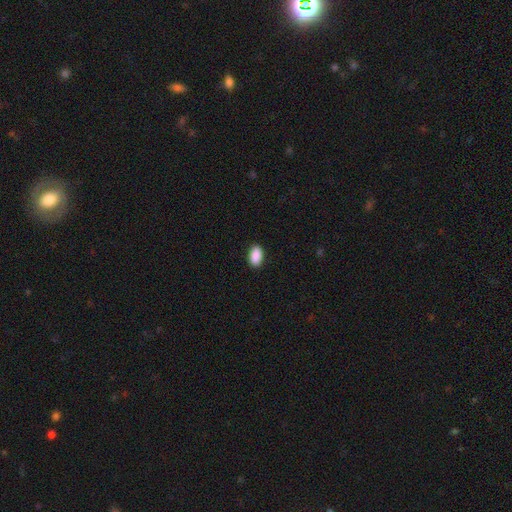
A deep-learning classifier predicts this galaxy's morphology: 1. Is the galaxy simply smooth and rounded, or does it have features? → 91% smooth, 7% star or artifact, 2% featured or disk.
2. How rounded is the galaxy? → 93% in between, 5% round, 2% cigar-shaped.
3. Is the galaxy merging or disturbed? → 90% none, 7% minor disturbance, 2% major disturbance, 1% merger.